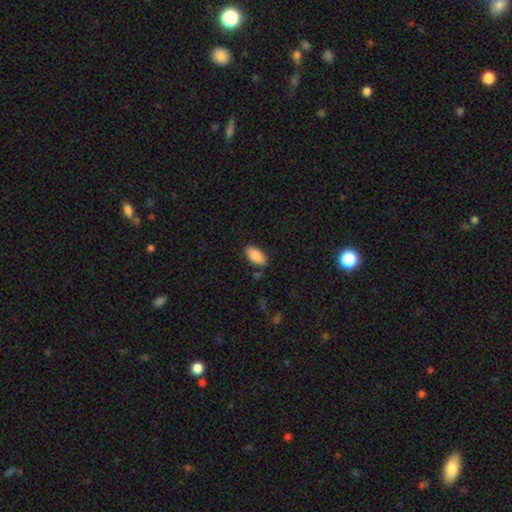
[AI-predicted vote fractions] Q: Smooth or featured?
A: smooth (89%); runner-up: star or artifact (7%)
Q: How rounded?
A: in between (93%); runner-up: cigar-shaped (5%)
Q: Merging?
A: none (84%); runner-up: minor disturbance (12%)